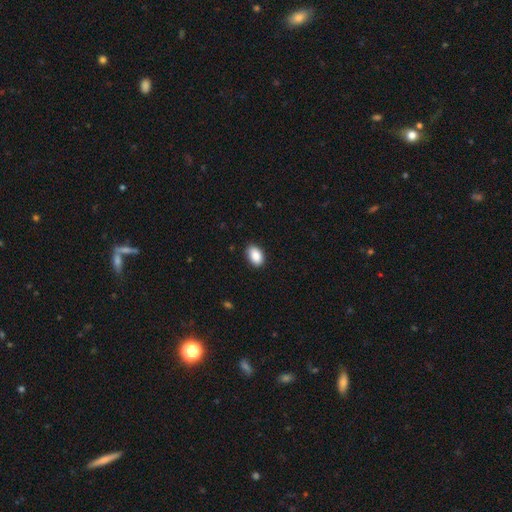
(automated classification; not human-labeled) smooth 90%, star or artifact 7%, featured or disk 3%. Down the decision tree: how rounded — in between (90%); merging — none (87%).